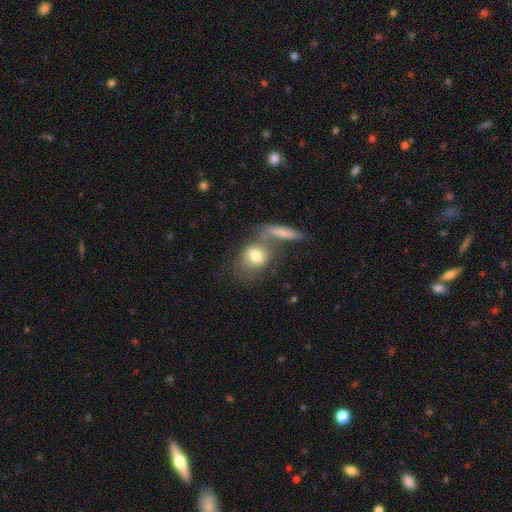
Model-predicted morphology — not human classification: A smooth galaxy with no disk features (65%) that is round (48%, tied with in between).

Vote fractions:
- Smooth or featured? smooth: 65% / featured or disk: 27% / star or artifact: 8%
- How rounded? round: 48% (tied) / in between: 48% (tied) / cigar-shaped: 4%
- Merging? merger: 39% / none: 38% / minor disturbance: 14% / major disturbance: 10%